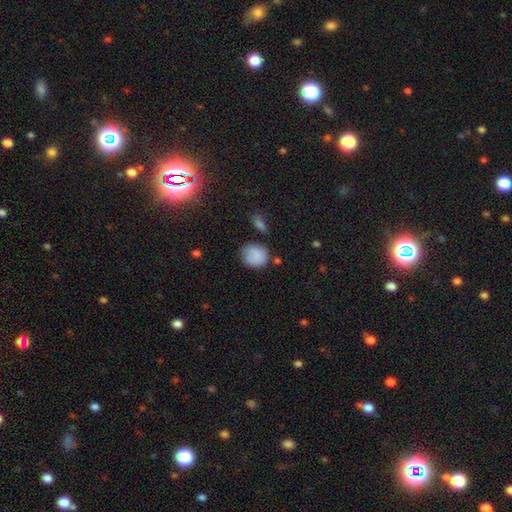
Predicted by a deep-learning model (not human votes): This is clearly a smooth galaxy (82%). How rounded: likely round (75%). Merging: likely none (64%).